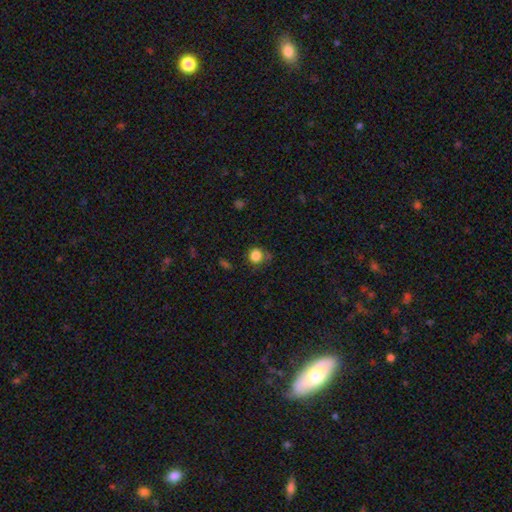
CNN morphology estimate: A smooth galaxy with no disk features (84%) that is round (88%). Merging: none (68%).